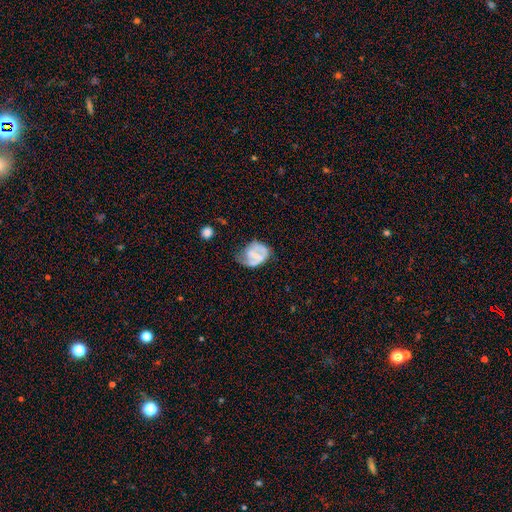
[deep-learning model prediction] This appears to be a featured or disk galaxy (62%) with no bar (42%, tied with weak), spiral arms (70%) and a small central bulge (50%). Merging: minor disturbance (35%, tied with none).